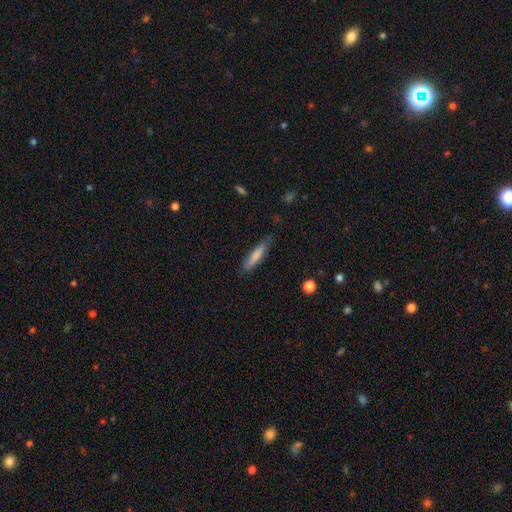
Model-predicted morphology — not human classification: Overall: smooth (78%). How rounded: cigar-shaped (83%). Merging: none (74%).